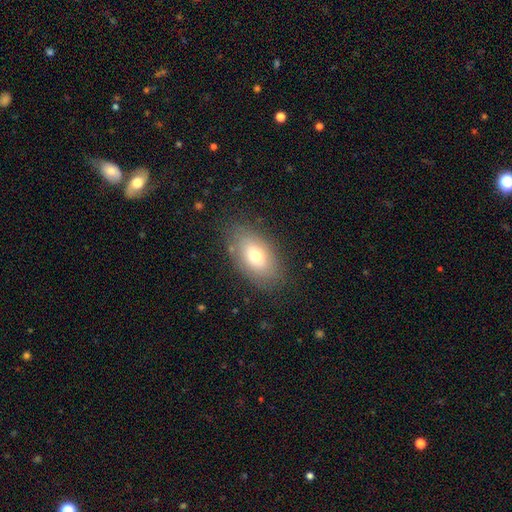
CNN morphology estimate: This appears to be a smooth galaxy with no disk features (68%) that is in between round and cigar-shaped (89%). Merging: none (80%).